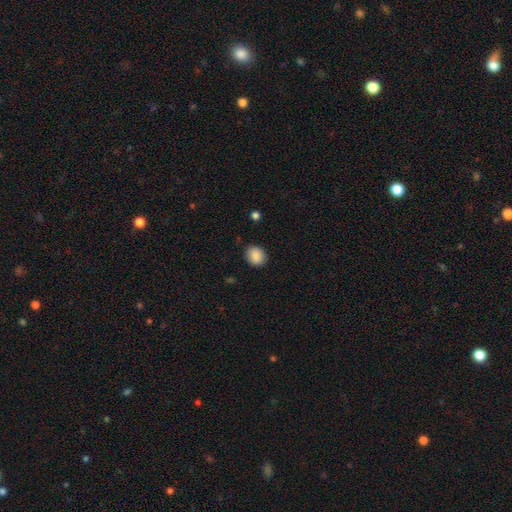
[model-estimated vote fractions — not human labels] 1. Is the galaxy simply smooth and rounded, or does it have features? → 88% smooth, 8% star or artifact, 4% featured or disk.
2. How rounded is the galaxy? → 61% round, 38% in between, 1% cigar-shaped.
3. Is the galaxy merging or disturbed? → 88% none, 9% minor disturbance, 2% major disturbance, 1% merger.